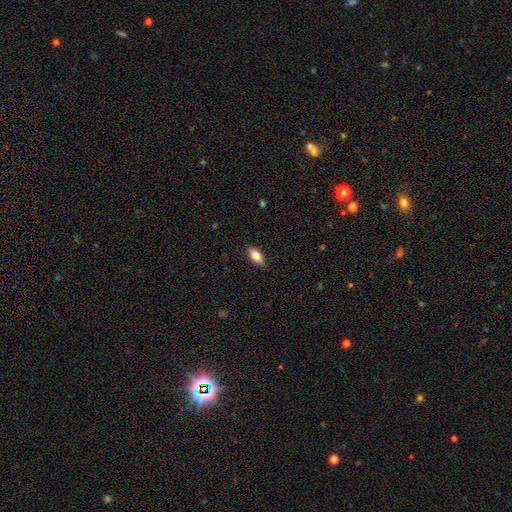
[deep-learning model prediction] Smooth or featured? Predicted: smooth (p=0.77). How rounded? Predicted: in between (p=0.86). Merging? Predicted: none (p=0.88).